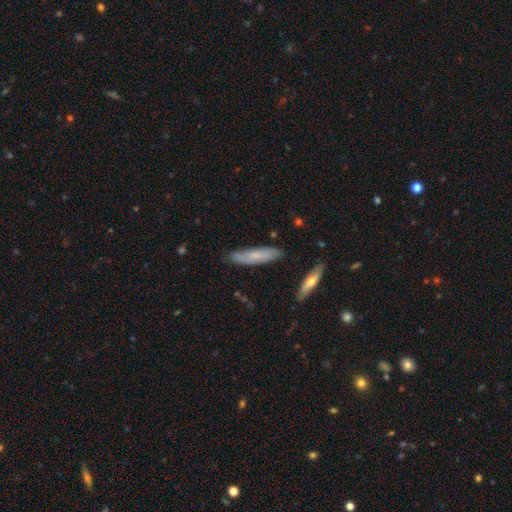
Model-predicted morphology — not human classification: Overall: smooth (60%; featured or disk 33%). How rounded: cigar-shaped (72%). Merging: none (79%).